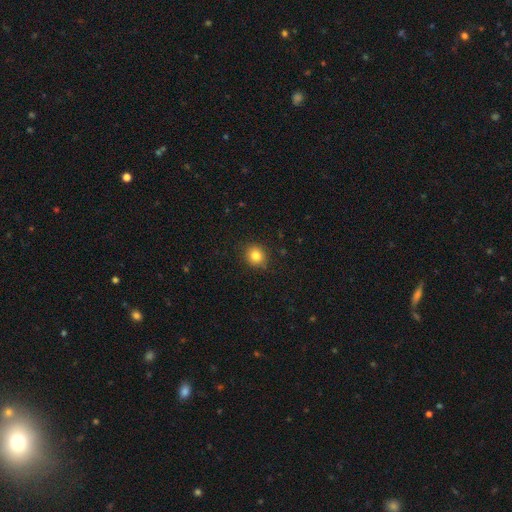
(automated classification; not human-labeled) The model was most divided on "how rounded": round: 78%, in between: 21%, cigar-shaped: 1%. More confident: merging — none (86%); smooth or featured — smooth (83%).